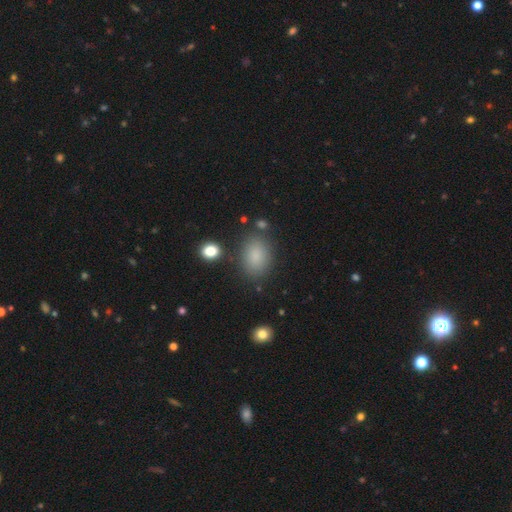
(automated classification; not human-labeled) smooth 83%, star or artifact 10%, featured or disk 6%. Down the decision tree: how rounded — in between (81%); merging — none (80%).